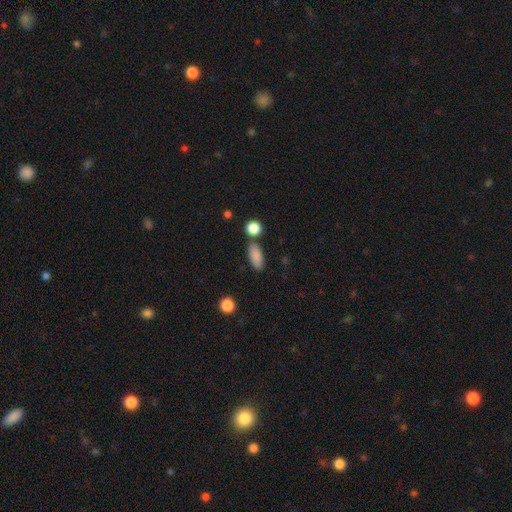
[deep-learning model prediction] Smooth or featured? Predicted: smooth (p=0.87). How rounded? Predicted: in between (p=0.82). Merging? Predicted: none (p=0.76).